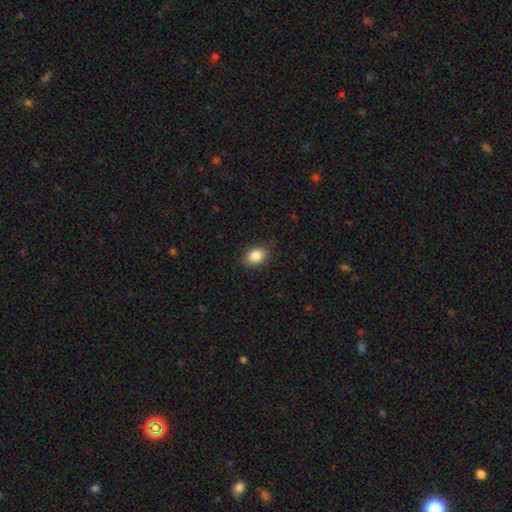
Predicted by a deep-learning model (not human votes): This appears to be a smooth galaxy with no disk features (86%) that is in between round and cigar-shaped (78%). Merging: none (85%).